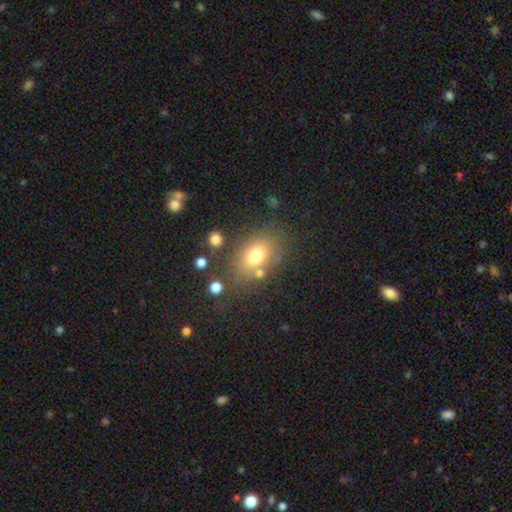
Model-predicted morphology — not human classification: smooth 73%, featured or disk 15%, star or artifact 12%. Down the decision tree: how rounded — in between (77%); merging — none (70%).